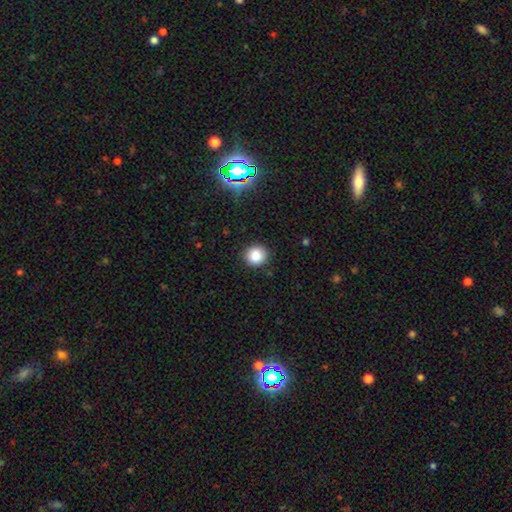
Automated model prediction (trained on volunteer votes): Smooth or featured? smooth (84%)
How rounded? round (87%)
Merging? none (90%)